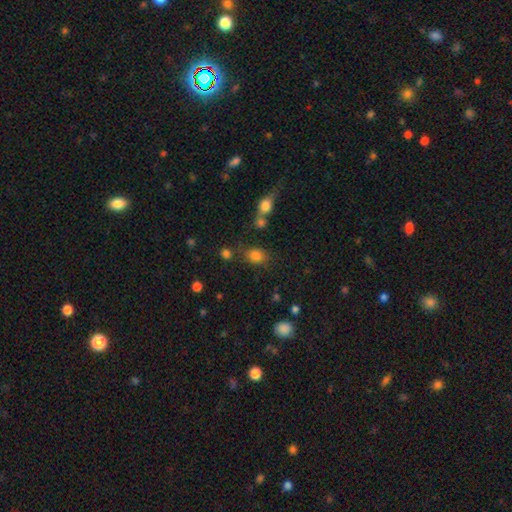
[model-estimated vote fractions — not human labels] A smooth galaxy with no disk features (80%) that is in between round and cigar-shaped (58%).

Vote fractions:
- Smooth or featured? smooth: 80% / star or artifact: 13% / featured or disk: 7%
- How rounded? in between: 58% / round: 41% / cigar-shaped: 2%
- Merging? none: 68% / minor disturbance: 15% / merger: 10% / major disturbance: 6%